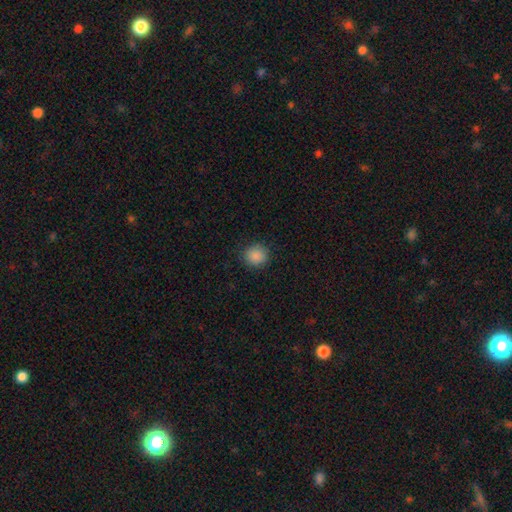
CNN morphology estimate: smooth 88%, star or artifact 9%, featured or disk 3%. Down the decision tree: how rounded — round (89%); merging — none (88%).